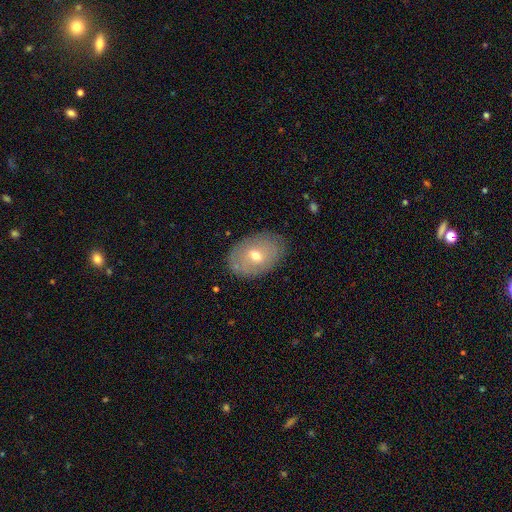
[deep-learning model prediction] This is possibly a smooth galaxy (58%). How rounded: likely in between (78%). Merging: clearly none (81%).